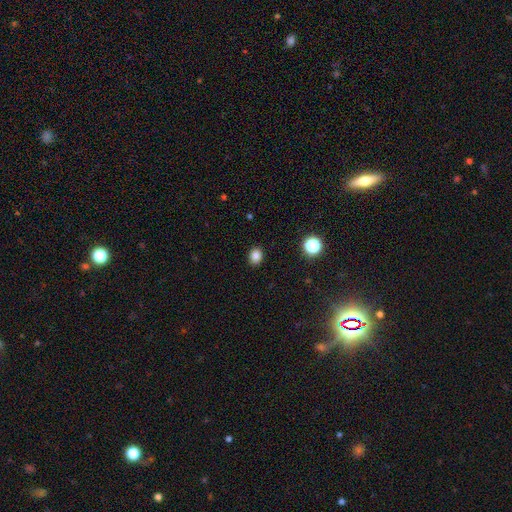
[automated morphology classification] Smooth or featured? Predicted: smooth (p=0.83). How rounded? Predicted: in between (p=0.50). Merging? Predicted: none (p=0.90).